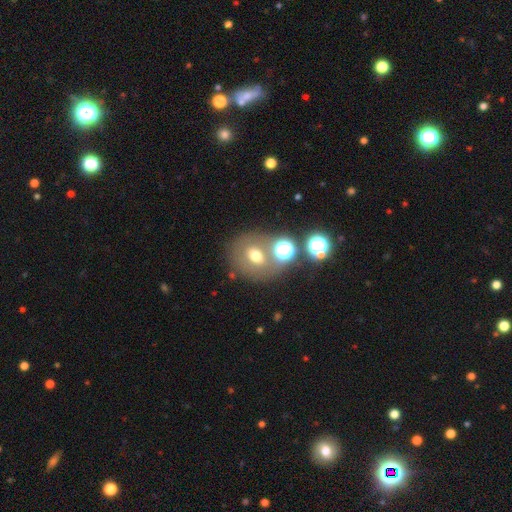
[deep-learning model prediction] A smooth galaxy with no disk features (60%) that is round (70%). Merging: none (66%).